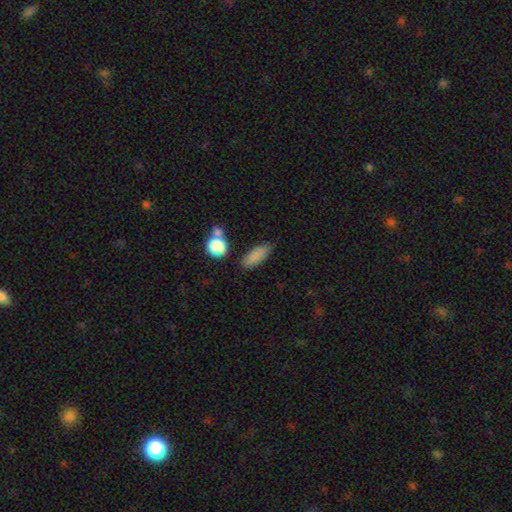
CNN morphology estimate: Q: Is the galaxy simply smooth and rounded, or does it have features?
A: smooth — 82%.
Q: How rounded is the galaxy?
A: in between — 66%.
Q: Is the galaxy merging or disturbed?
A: none — 72%.